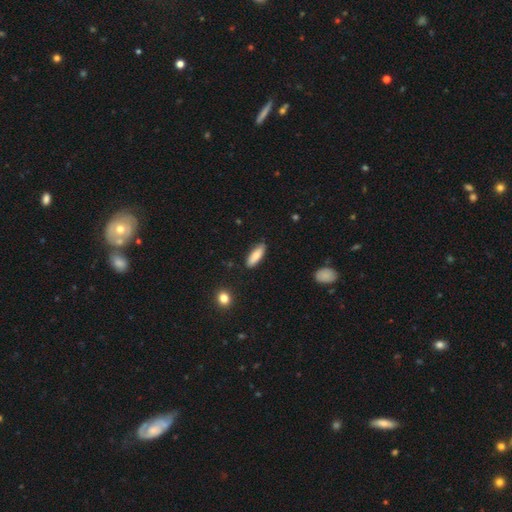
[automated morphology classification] Smooth or featured?
  - smooth: 80% *
  - featured or disk: 14%
  - star or artifact: 6%
How rounded?
  - in between: 63% *
  - cigar-shaped: 35%
  - round: 2%
Merging?
  - none: 83% *
  - minor disturbance: 13%
  - major disturbance: 2%
  - merger: 1%